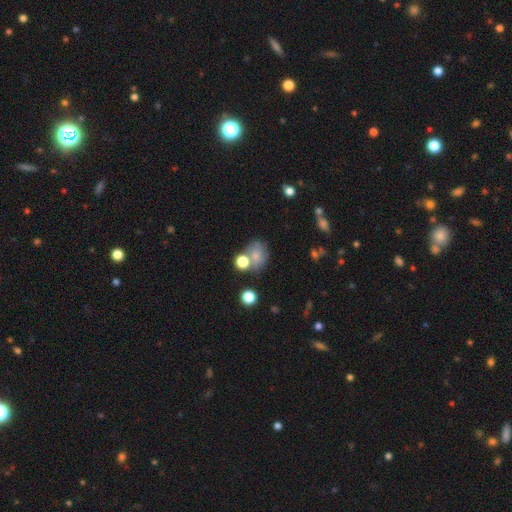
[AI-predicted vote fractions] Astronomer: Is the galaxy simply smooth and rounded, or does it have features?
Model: smooth — 72%.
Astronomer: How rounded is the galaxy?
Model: round — 50% (runner-up: in between, 49%).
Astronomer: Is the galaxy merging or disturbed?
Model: none — 50%.